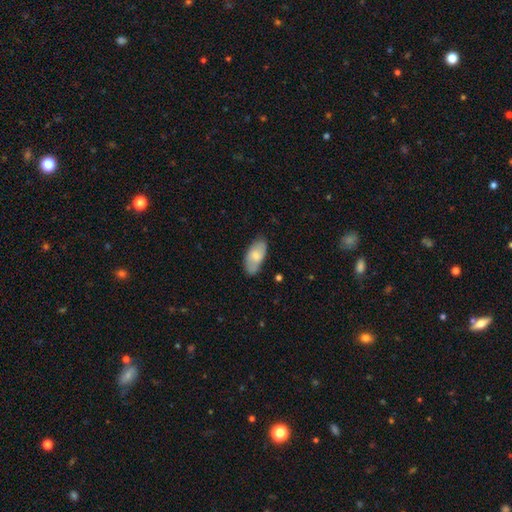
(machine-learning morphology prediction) Smooth or featured? smooth (72%)
How rounded? in between (92%)
Merging? none (74%)